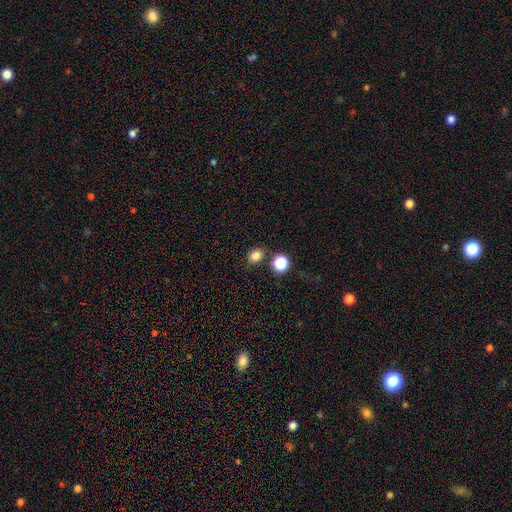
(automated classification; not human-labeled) Smooth or featured: smooth — 81% (star or artifact — 14%)
How rounded: round — 53% (in between — 46%)
Merging: none — 77% (minor disturbance — 11%)